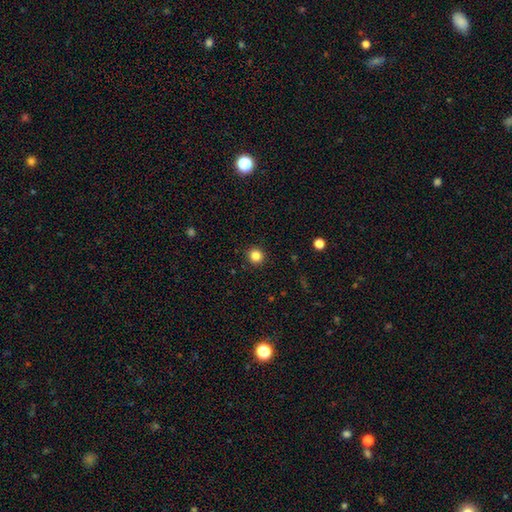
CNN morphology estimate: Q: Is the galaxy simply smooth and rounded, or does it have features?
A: smooth — 84%.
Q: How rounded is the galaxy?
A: round — 93%.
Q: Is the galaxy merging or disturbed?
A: none — 92%.